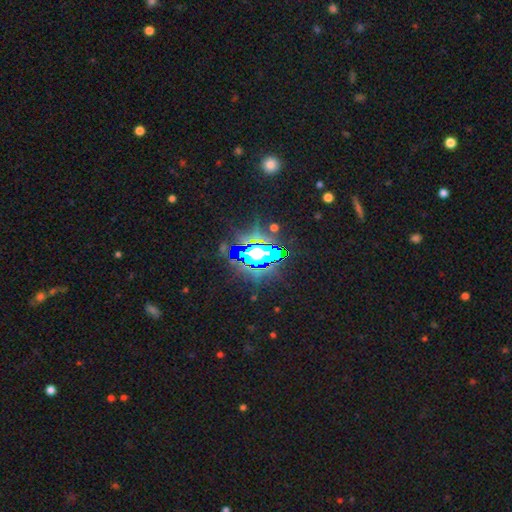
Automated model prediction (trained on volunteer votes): Smooth or featured? Predicted: star or artifact (p=0.85).